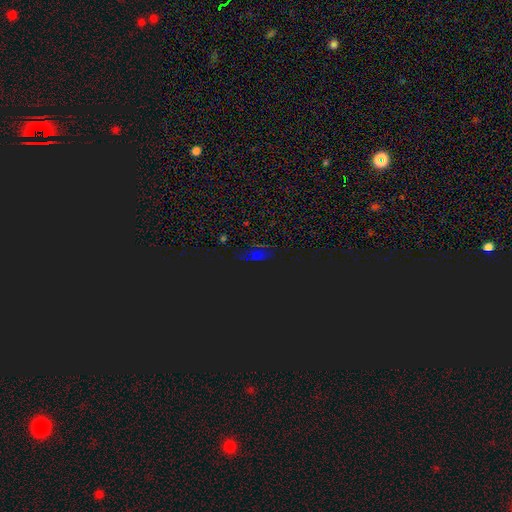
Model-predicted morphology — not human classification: star or artifact 74%, smooth 18%, featured or disk 8%.